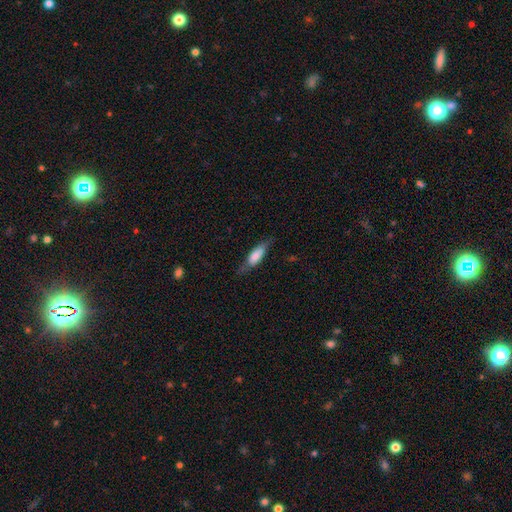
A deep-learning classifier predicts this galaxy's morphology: Overall: smooth (66%; featured or disk 27%). How rounded: in between (57%; cigar-shaped 41%). Merging: none (66%).